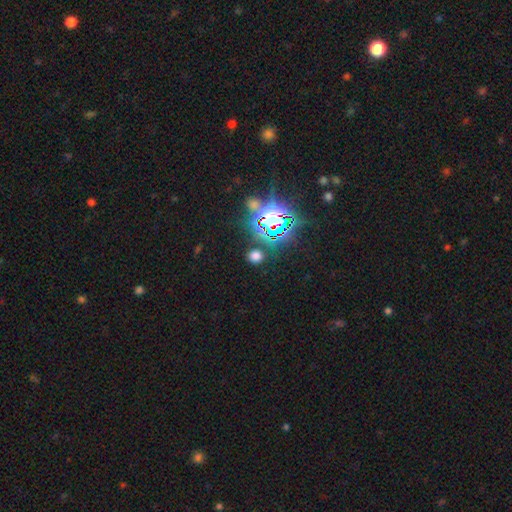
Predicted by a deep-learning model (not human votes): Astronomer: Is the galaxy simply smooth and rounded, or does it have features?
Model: smooth — 57% (runner-up: star or artifact, 37%).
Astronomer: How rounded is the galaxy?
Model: round — 68%.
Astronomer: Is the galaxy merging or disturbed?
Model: none — 84%.